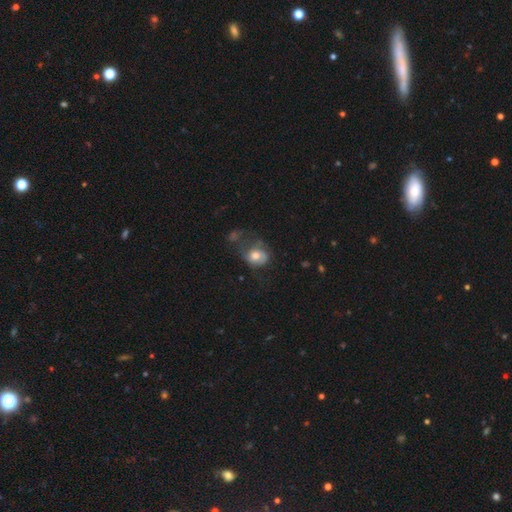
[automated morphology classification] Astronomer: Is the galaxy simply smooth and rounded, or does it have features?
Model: smooth — 54% (runner-up: featured or disk, 38%).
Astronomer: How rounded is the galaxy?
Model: round — 57% (runner-up: in between, 42%).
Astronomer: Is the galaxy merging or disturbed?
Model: major disturbance — 35% (runner-up: none, 30%).